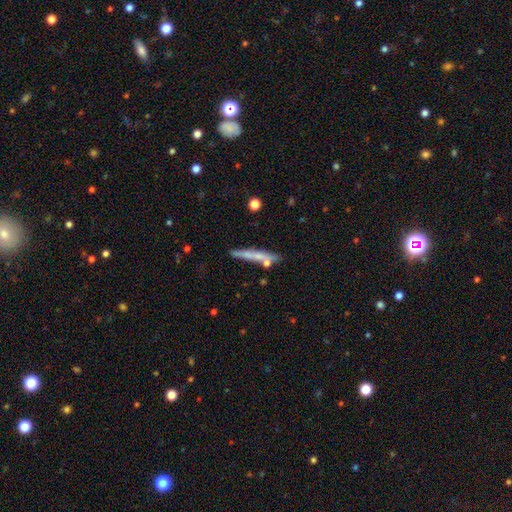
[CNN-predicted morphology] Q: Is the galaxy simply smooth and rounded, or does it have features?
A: smooth — 53%.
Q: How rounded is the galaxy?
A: cigar-shaped — 94%.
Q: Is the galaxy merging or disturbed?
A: none — 75%.